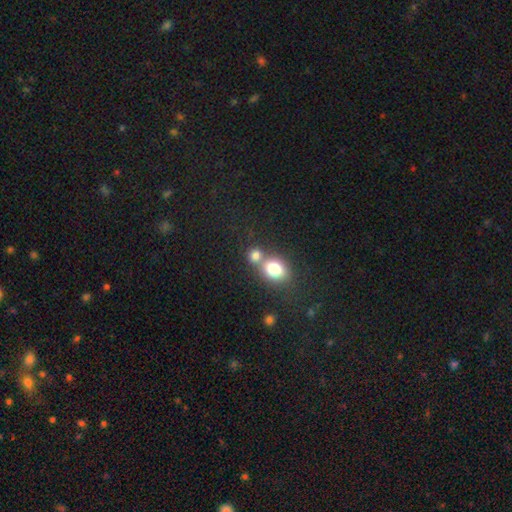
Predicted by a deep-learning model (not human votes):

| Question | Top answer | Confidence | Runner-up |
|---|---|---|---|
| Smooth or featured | smooth | 78% | star or artifact (12%) |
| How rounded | round | 63% | in between (36%) |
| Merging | merger | 49% | none (40%) |